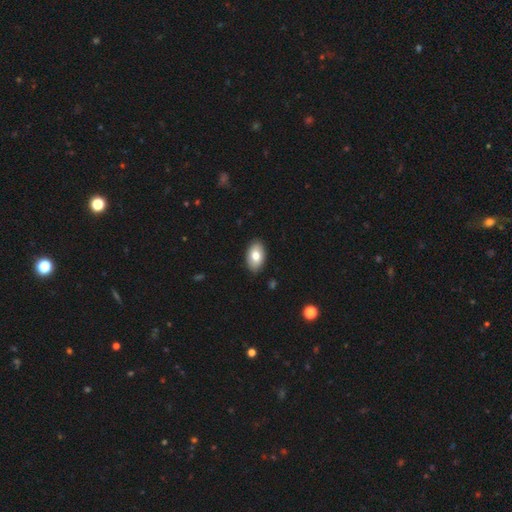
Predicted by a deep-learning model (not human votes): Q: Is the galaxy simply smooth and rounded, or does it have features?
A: smooth — 77%.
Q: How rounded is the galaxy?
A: in between — 93%.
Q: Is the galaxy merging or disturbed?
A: none — 89%.